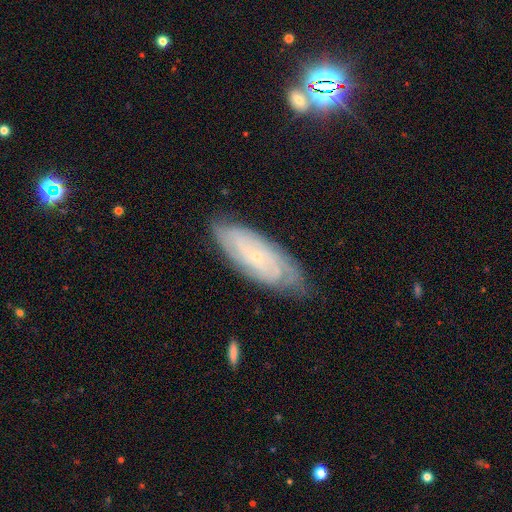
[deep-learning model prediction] smooth_or_featured: featured or disk (p=0.73) [alt: smooth p=0.19]
disk_edge_on: no (p=0.89) [alt: yes p=0.11]
bar: no (p=0.75) [alt: weak p=0.20]
has_spiral_arms: yes (p=0.91) [alt: no p=0.09]
spiral_winding: tight (p=0.73) [alt: medium p=0.21]
spiral_arm_count: can't tell (p=0.51) [alt: 2 p=0.17]
bulge_size: small (p=0.85) [alt: moderate p=0.10]
merging: none (p=0.76) [alt: minor disturbance p=0.19]